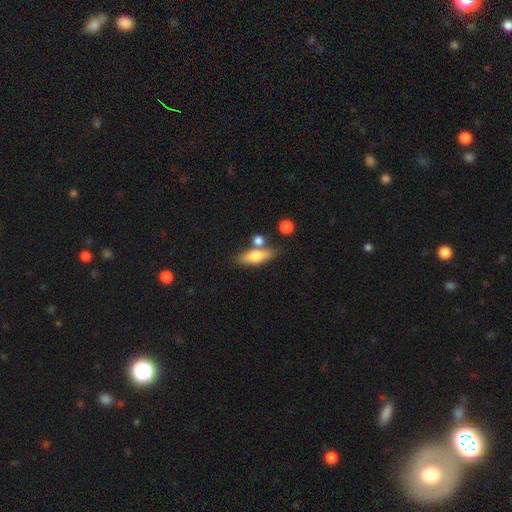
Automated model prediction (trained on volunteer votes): smooth_or_featured: smooth (p=0.71) [alt: featured or disk p=0.22]
how_rounded: in between (p=0.65) [alt: cigar-shaped p=0.29]
merging: none (p=0.60) [alt: merger p=0.21]